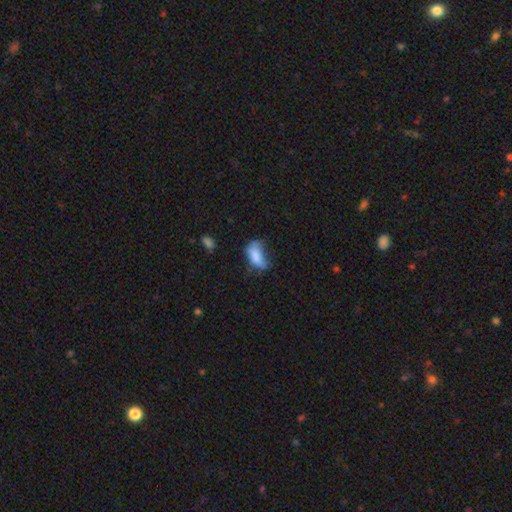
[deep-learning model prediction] A smooth galaxy with no disk features (72%) that is in between round and cigar-shaped (88%).

Vote fractions:
- Smooth or featured? smooth: 72% / featured or disk: 17% / star or artifact: 10%
- How rounded? in between: 88% / cigar-shaped: 7% / round: 5%
- Merging? major disturbance: 36% / minor disturbance: 34% / none: 25% / merger: 5%